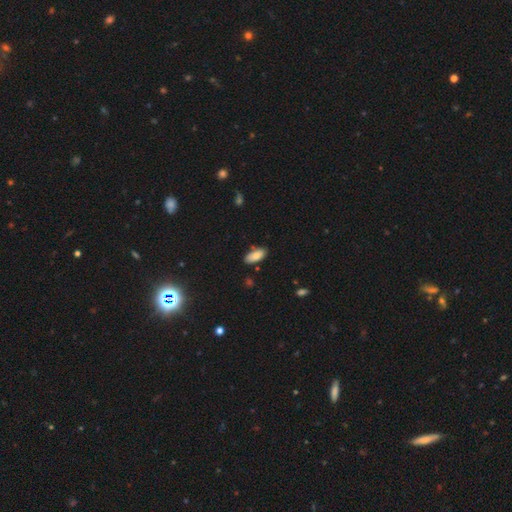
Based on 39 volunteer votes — Smooth or featured? smooth (79%)
How rounded? in between (94%)
Merging? none (86%)